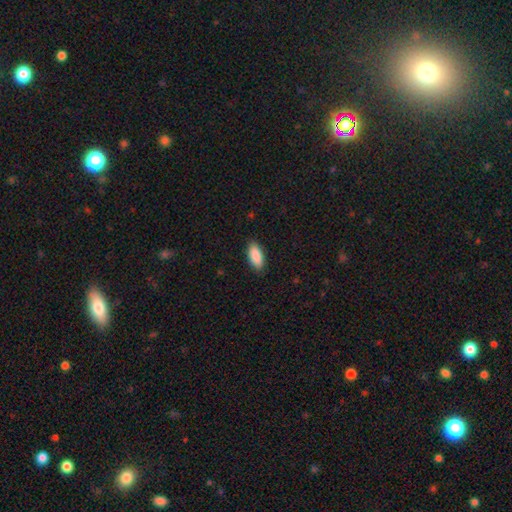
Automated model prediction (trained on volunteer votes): Overall: smooth (90%). How rounded: in between (89%). Merging: none (88%).